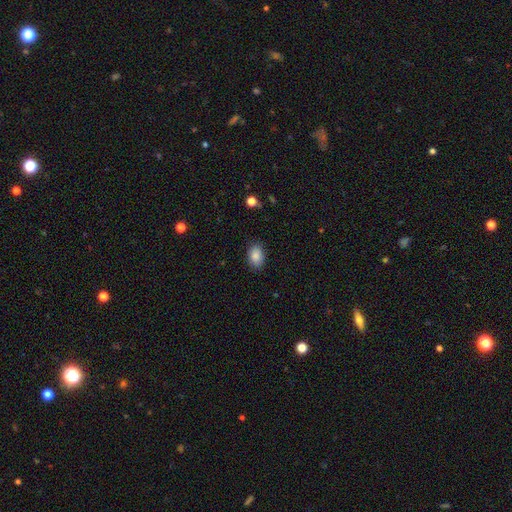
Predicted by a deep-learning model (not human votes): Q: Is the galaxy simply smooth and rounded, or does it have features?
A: smooth — 87%.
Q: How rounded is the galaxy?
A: in between — 85%.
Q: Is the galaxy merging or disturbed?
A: none — 86%.